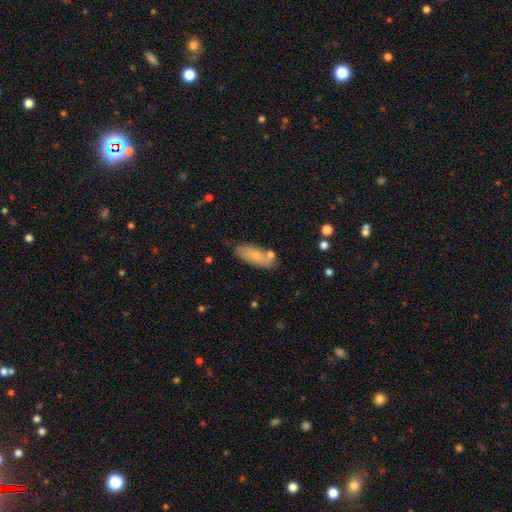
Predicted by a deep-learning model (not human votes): Overall: smooth (75%). How rounded: in between (74%). Merging: none (70%).